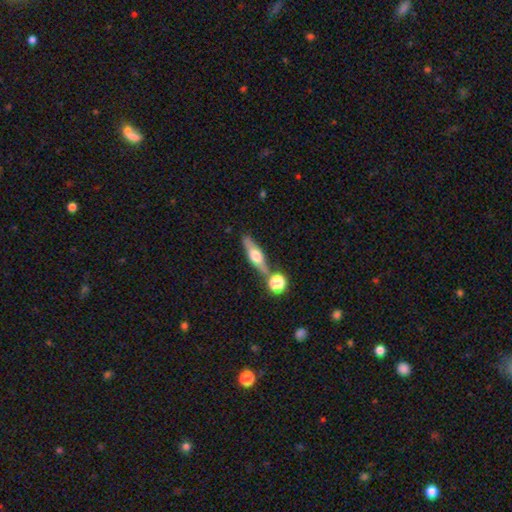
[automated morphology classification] The model was most divided on "smooth or featured": featured or disk: 53%, smooth: 40%, star or artifact: 7%. More confident: edge-on disk — yes (90%); merging — none (70%).